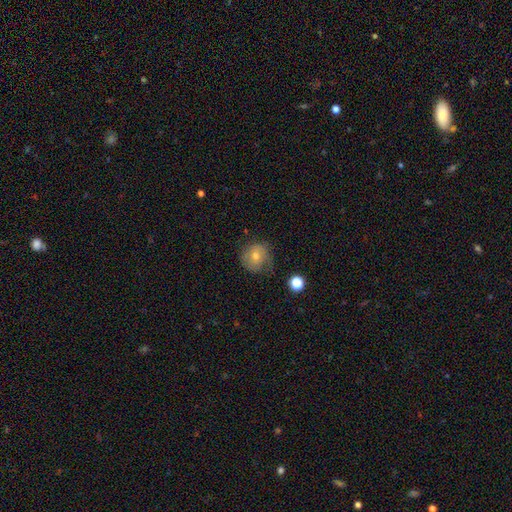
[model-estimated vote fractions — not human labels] Smooth or featured? Predicted: smooth (p=0.50). How rounded? Predicted: round (p=0.86). Merging? Predicted: none (p=0.66).